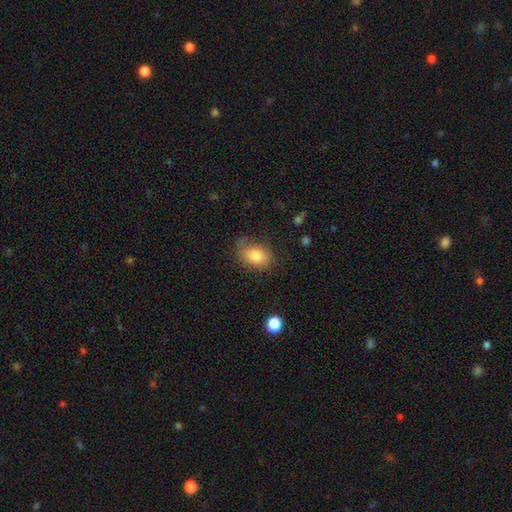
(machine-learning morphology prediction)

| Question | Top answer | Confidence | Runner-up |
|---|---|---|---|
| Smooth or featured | smooth | 79% | featured or disk (12%) |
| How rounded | in between | 77% | round (22%) |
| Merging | none | 64% | minor disturbance (25%) |